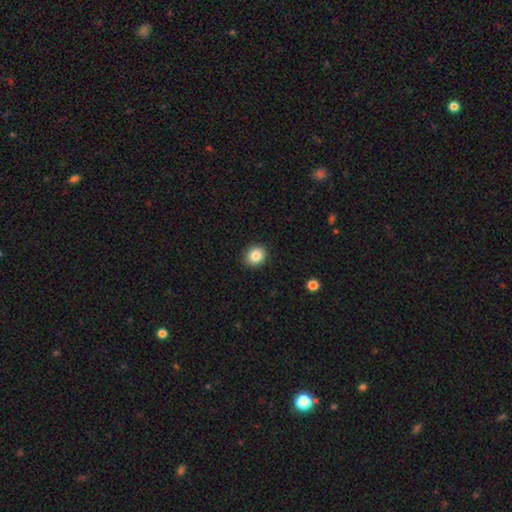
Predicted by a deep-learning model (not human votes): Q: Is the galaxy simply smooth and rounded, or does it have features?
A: smooth — 84%.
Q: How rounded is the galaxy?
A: round — 72%.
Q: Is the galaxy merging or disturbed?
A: none — 91%.